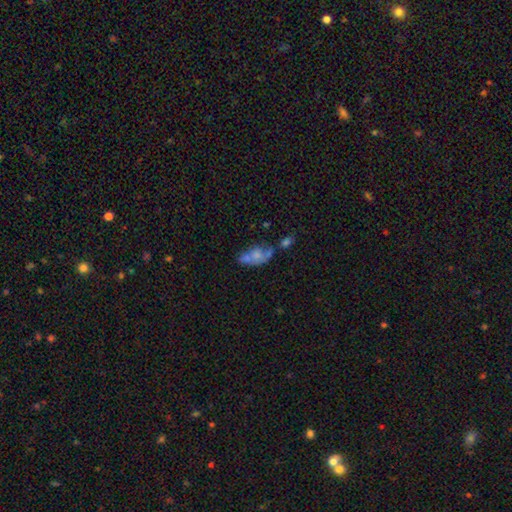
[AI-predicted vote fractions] A smooth galaxy with no disk features (51%) that is in between round and cigar-shaped (82%). Merging: merger (37%).